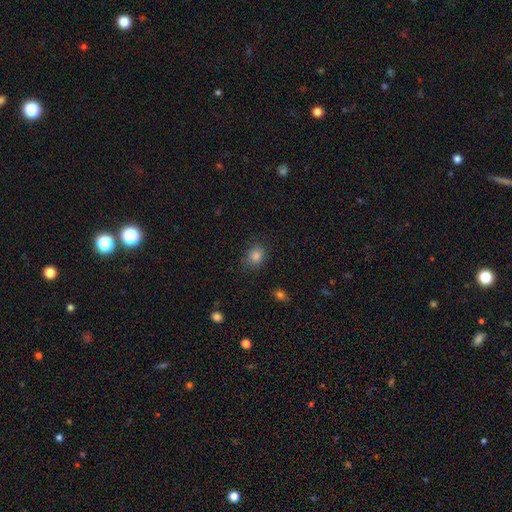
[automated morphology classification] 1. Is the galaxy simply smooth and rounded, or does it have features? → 81% smooth, 13% star or artifact, 6% featured or disk.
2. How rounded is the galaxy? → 57% round, 42% in between, 1% cigar-shaped.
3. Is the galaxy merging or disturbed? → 81% none, 14% minor disturbance, 3% major disturbance, 1% merger.